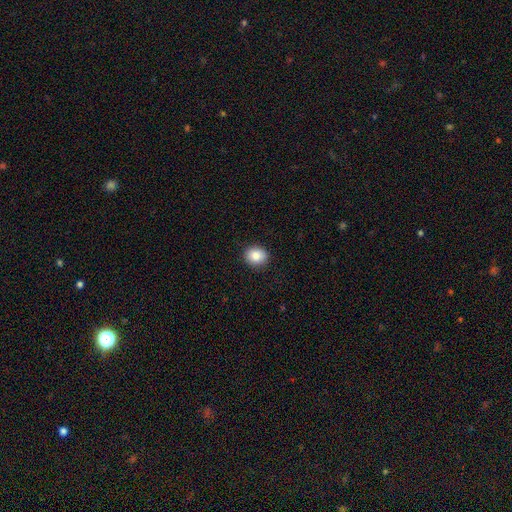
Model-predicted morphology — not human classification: Q: Smooth or featured?
A: smooth (85%); runner-up: star or artifact (9%)
Q: How rounded?
A: round (67%); runner-up: in between (32%)
Q: Merging?
A: none (90%); runner-up: minor disturbance (7%)